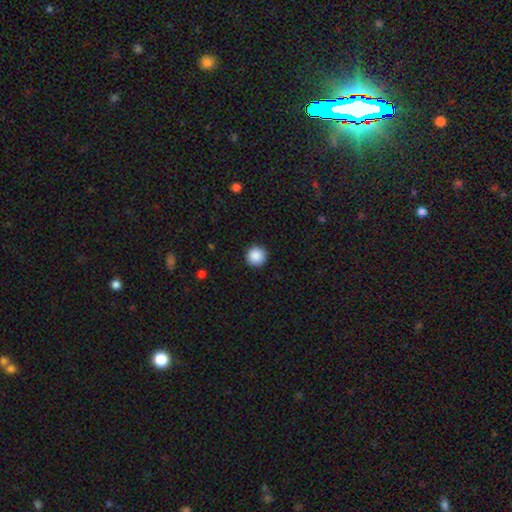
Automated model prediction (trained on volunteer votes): This is clearly a smooth galaxy (88%). How rounded: clearly round (96%). Merging: clearly none (92%).